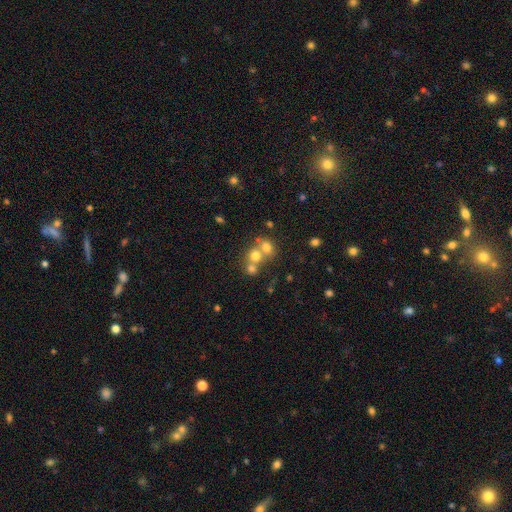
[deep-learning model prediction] A smooth galaxy with no disk features (68%) that is round (76%).

Vote fractions:
- Smooth or featured? smooth: 68% / featured or disk: 17% / star or artifact: 16%
- How rounded? round: 76% / in between: 23% / cigar-shaped: 1%
- Merging? merger: 55% / none: 36% / minor disturbance: 6% / major disturbance: 3%